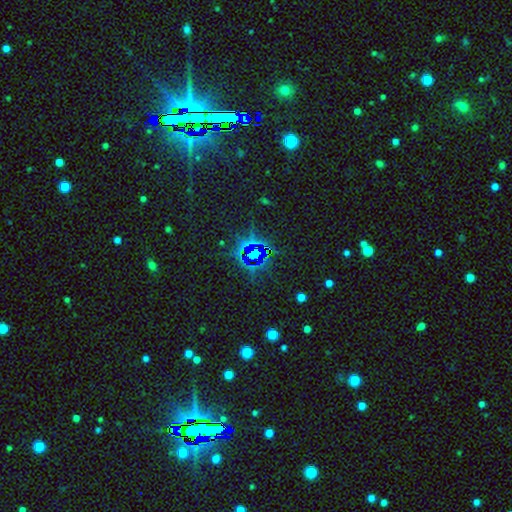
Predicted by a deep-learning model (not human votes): Smooth or featured: star or artifact — 80% (smooth — 10%)